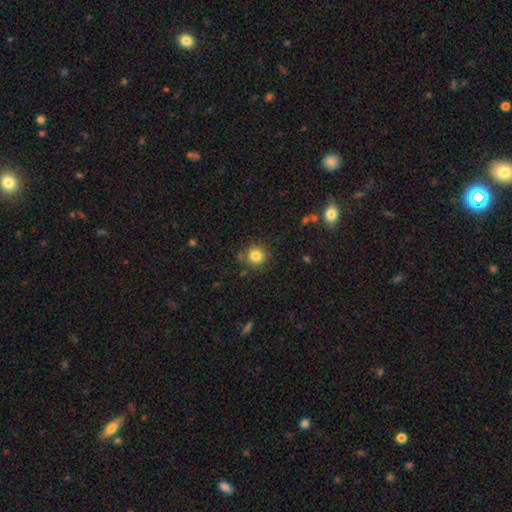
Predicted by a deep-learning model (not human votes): smooth-or-featured: smooth: 83% | star or artifact: 11% | featured or disk: 6%
  how-rounded: round: 92% | in between: 7% | cigar-shaped: 1%
  merging: none: 83% | minor disturbance: 9% | merger: 4% | major disturbance: 3%